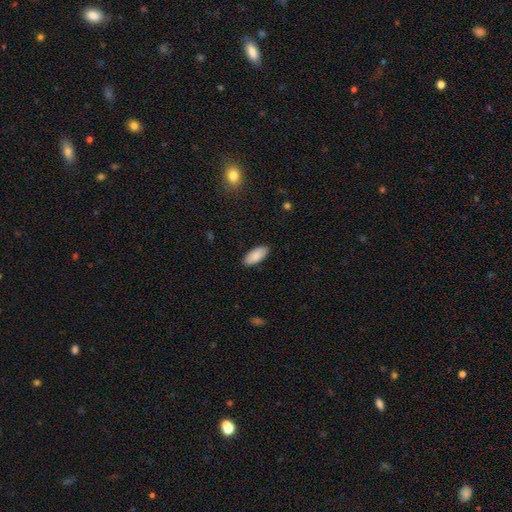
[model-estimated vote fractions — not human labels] Overall: smooth (88%). How rounded: in between (87%). Merging: none (88%).